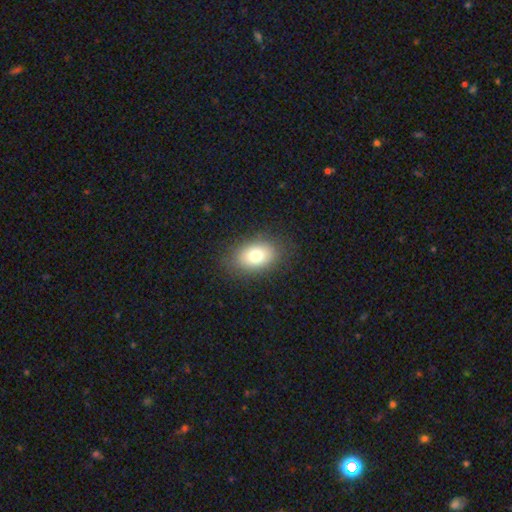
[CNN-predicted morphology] smooth_or_featured: smooth (p=0.77) [alt: featured or disk p=0.13]
how_rounded: in between (p=0.81) [alt: round p=0.18]
merging: none (p=0.84) [alt: minor disturbance p=0.11]